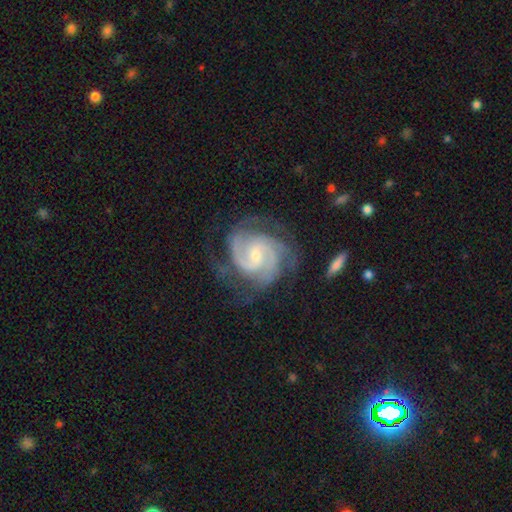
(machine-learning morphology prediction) Q: Smooth or featured?
A: featured or disk (92%); runner-up: star or artifact (4%)
Q: Edge-on disk?
A: no (98%); runner-up: yes (2%)
Q: Bar?
A: weak (46%); runner-up: no (43%)
Q: Spiral arms?
A: yes (98%); runner-up: no (2%)
Q: Spiral winding?
A: tight (51%); runner-up: medium (43%)
Q: Spiral arm count?
A: 2 (49%); runner-up: 3 (27%)
Q: Bulge size?
A: small (70%); runner-up: moderate (26%)
Q: Merging?
A: none (67%); runner-up: minor disturbance (20%)